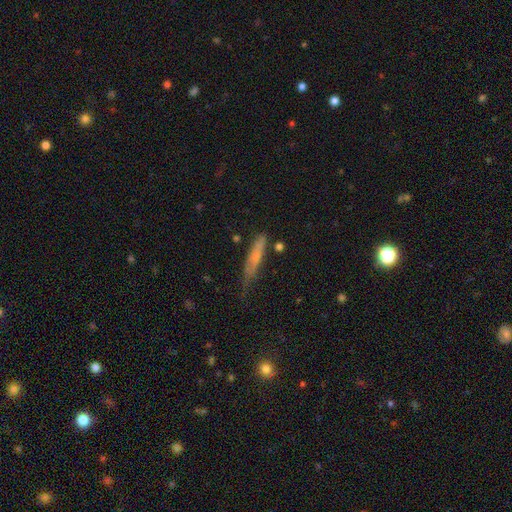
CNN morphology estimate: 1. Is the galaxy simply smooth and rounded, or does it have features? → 64% smooth, 28% featured or disk, 8% star or artifact.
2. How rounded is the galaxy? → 89% cigar-shaped, 9% in between, 2% round.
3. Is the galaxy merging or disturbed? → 58% none, 31% minor disturbance, 8% major disturbance, 4% merger.